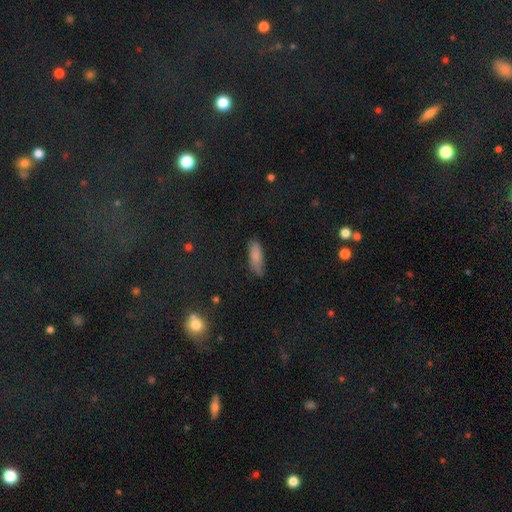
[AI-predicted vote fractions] This appears to be a smooth galaxy with no disk features (81%) that is in between round and cigar-shaped (66%). Merging: none (72%).